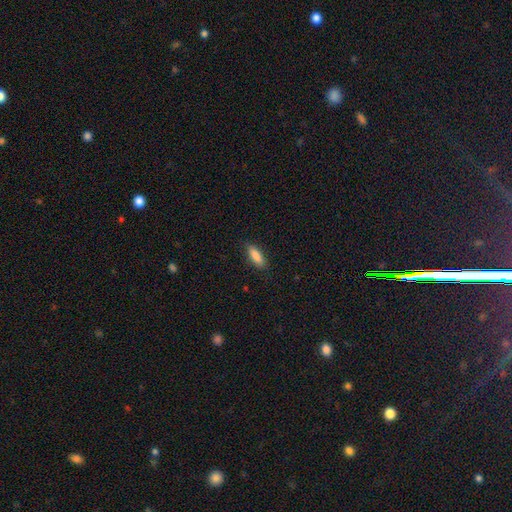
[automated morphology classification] Q: Smooth or featured?
A: smooth (87%); runner-up: featured or disk (7%)
Q: How rounded?
A: in between (62%); runner-up: cigar-shaped (36%)
Q: Merging?
A: none (86%); runner-up: minor disturbance (11%)